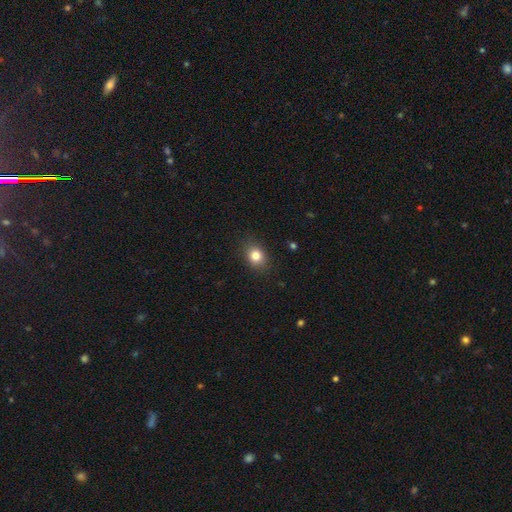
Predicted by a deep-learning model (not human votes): Morphology: type=smooth (82%); roundness=round (54%); merging=none (86%).